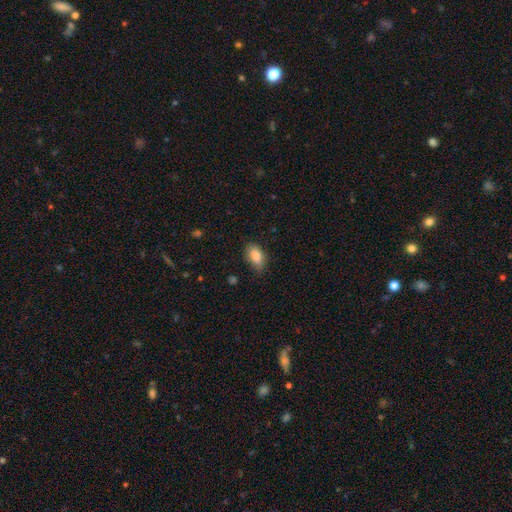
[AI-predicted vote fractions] The model was most divided on "merging": none: 74%, minor disturbance: 21%, major disturbance: 4%, merger: 1%. More confident: how rounded — in between (91%); smooth or featured — smooth (86%).